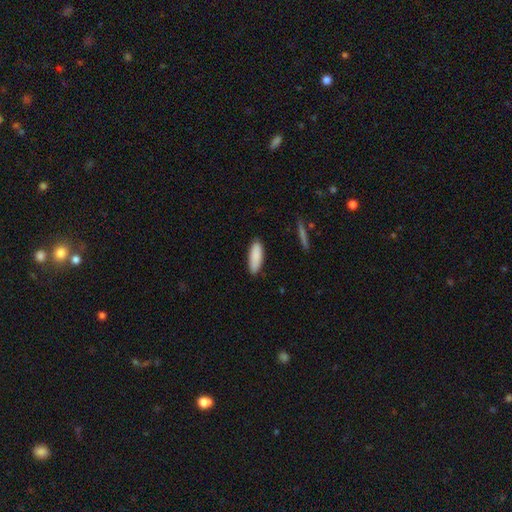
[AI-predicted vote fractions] This is clearly a smooth galaxy (88%). How rounded: likely in between (64%). Merging: clearly none (85%).